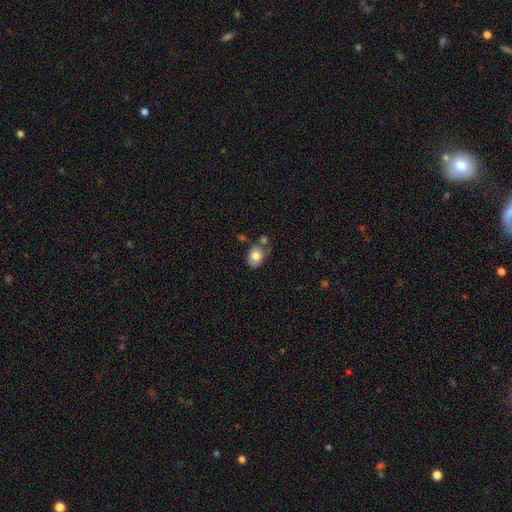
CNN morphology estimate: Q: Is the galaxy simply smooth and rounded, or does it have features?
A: smooth — 81%.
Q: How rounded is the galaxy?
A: in between — 59%.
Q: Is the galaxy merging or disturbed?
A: none — 52%.